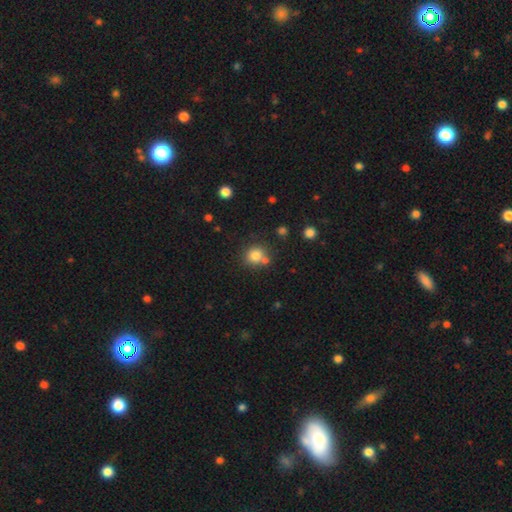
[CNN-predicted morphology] Overall: smooth (81%). How rounded: round (85%). Merging: none (65%).